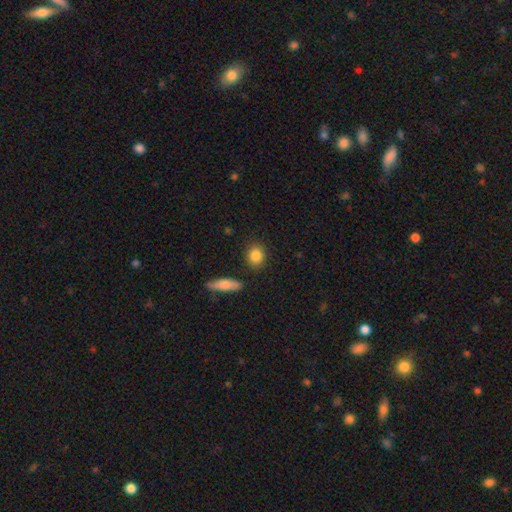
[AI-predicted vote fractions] A smooth galaxy with no disk features (86%) that is round (61%). Merging: none (86%).